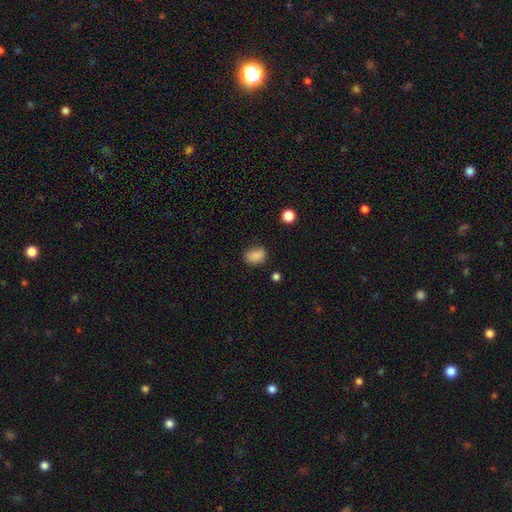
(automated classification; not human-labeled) smooth 84%, star or artifact 11%, featured or disk 5%. Down the decision tree: how rounded — in between (71%); merging — none (65%).